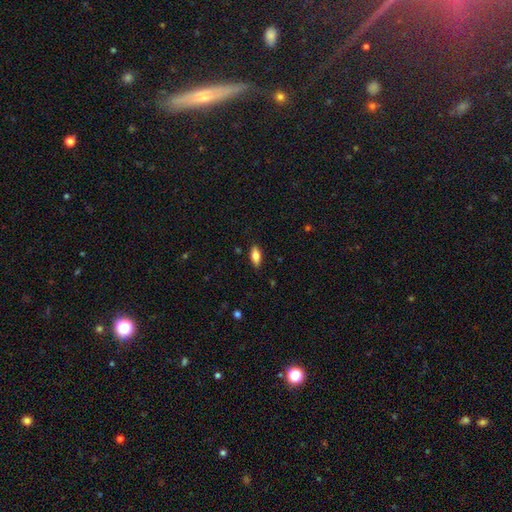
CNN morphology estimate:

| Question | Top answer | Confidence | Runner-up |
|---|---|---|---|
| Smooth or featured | smooth | 76% | featured or disk (16%) |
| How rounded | in between | 82% | cigar-shaped (15%) |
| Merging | none | 86% | minor disturbance (10%) |